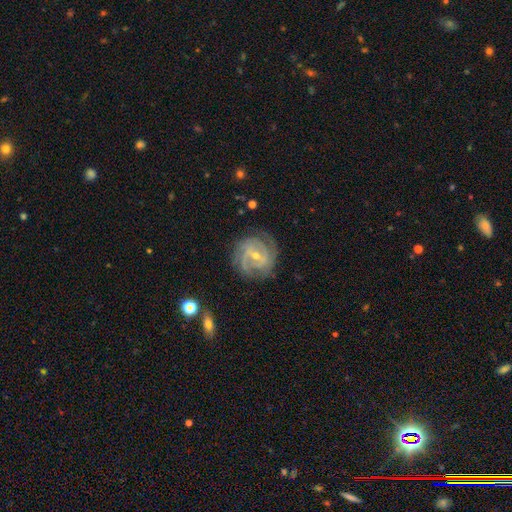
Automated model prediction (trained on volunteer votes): Smooth or featured?
  - featured or disk: 85% *
  - smooth: 8%
  - star or artifact: 7%
Edge-on disk?
  - no: 97% *
  - yes: 3%
Bar?
  - weak: 46% *
  - no: 31%
  - strong: 23%
Spiral arms?
  - yes: 96% *
  - no: 4%
Spiral winding?
  - tight: 59% *
  - medium: 34%
  - loose: 7%
Spiral arm count?
  - 2: 36% *
  - 3: 25%
  - can't tell: 20%
  - 4: 9%
  - 1: 5%
  - more than 4: 5%
Bulge size?
  - small: 62% *
  - moderate: 35%
  - none: 1%
  - large: 1%
  - dominant: 1%
Merging?
  - none: 78% *
  - minor disturbance: 14%
  - major disturbance: 6%
  - merger: 1%